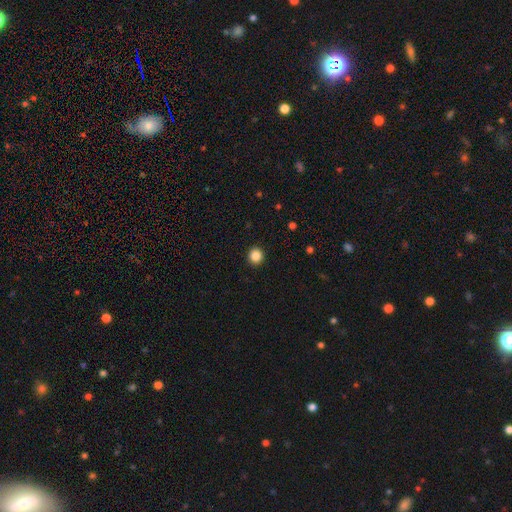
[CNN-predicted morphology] Q: Smooth or featured?
A: smooth (87%); runner-up: star or artifact (10%)
Q: How rounded?
A: round (93%); runner-up: in between (6%)
Q: Merging?
A: none (93%); runner-up: minor disturbance (4%)